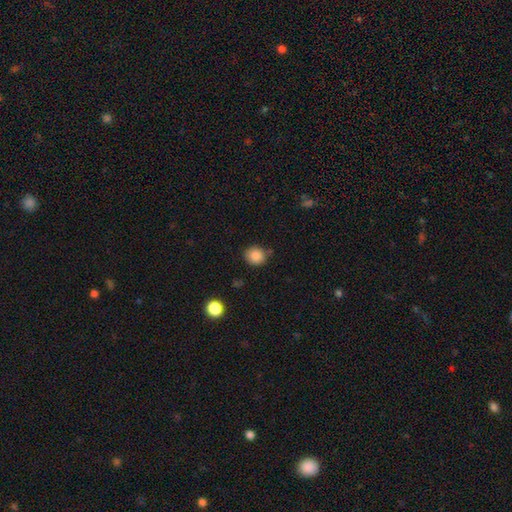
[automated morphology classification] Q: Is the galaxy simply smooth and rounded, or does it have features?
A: smooth — 86%.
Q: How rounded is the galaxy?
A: round — 83%.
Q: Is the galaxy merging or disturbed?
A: none — 78%.